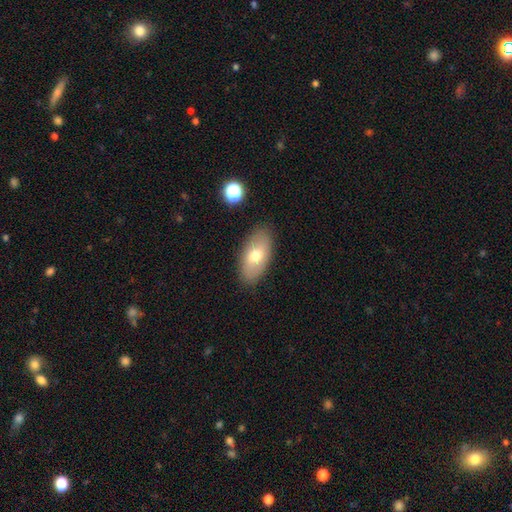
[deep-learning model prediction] A smooth galaxy with no disk features (65%) that is in between round and cigar-shaped (92%).

Vote fractions:
- Smooth or featured? smooth: 65% / featured or disk: 28% / star or artifact: 8%
- How rounded? in between: 92% / round: 4% / cigar-shaped: 4%
- Merging? none: 86% / minor disturbance: 10% / major disturbance: 3% / merger: 1%